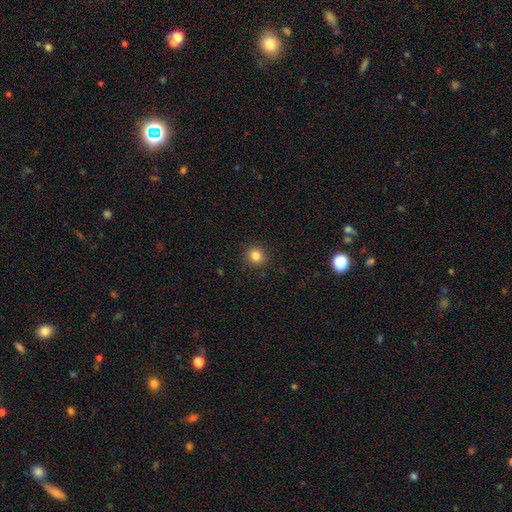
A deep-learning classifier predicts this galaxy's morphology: smooth 83%, star or artifact 12%, featured or disk 5%. Down the decision tree: how rounded — round (91%); merging — none (91%).